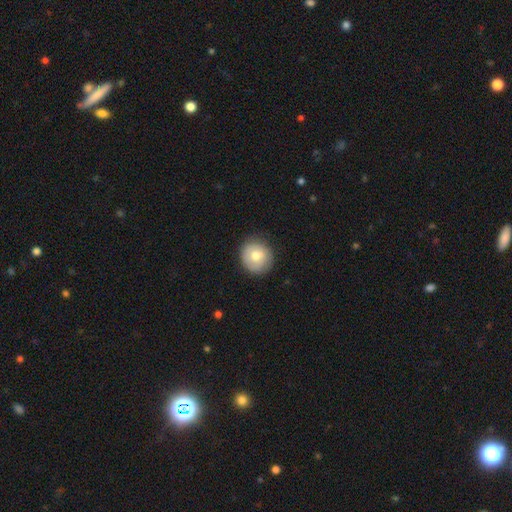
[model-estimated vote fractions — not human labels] smooth 69%, featured or disk 24%, star or artifact 7%. Down the decision tree: how rounded — round (89%); merging — none (84%).